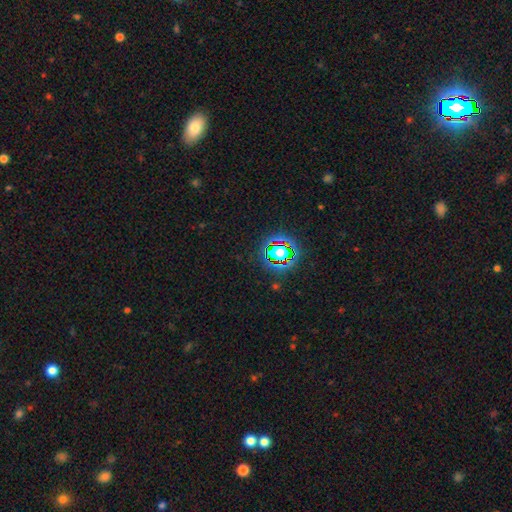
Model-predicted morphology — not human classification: Q: Smooth or featured?
A: star or artifact (71%); runner-up: smooth (18%)